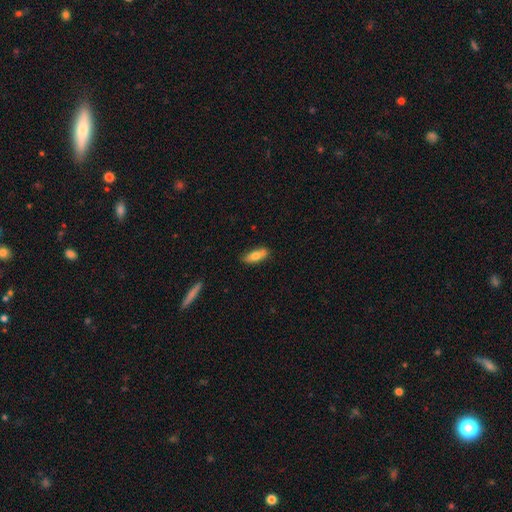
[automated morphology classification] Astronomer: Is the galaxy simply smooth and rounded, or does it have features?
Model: smooth — 72%.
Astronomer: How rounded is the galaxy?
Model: in between — 65%.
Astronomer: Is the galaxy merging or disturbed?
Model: none — 78%.